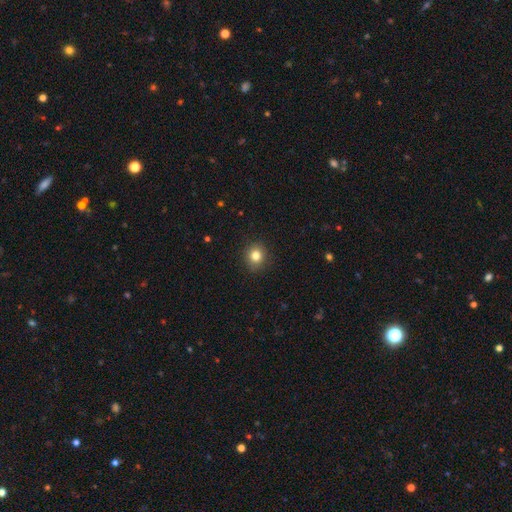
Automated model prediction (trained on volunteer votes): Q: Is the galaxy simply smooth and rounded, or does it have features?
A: smooth — 83%.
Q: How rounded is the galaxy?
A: round — 86%.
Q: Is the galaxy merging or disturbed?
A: none — 90%.